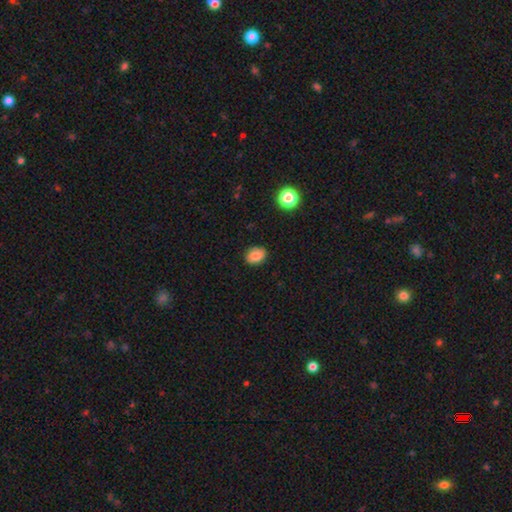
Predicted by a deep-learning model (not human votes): This appears to be a smooth galaxy with no disk features (84%) that is in between round and cigar-shaped (66%). Merging: none (86%).